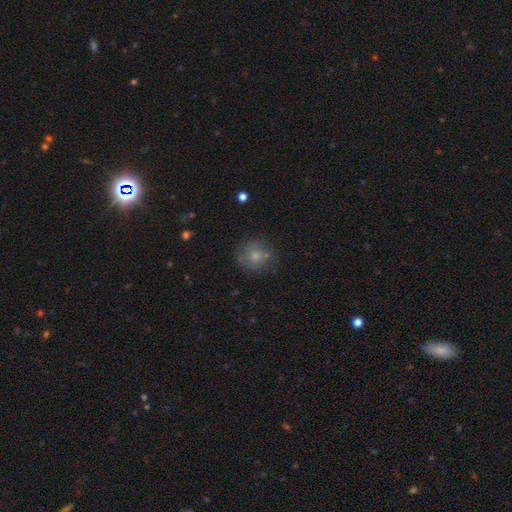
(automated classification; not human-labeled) smooth-or-featured: smooth: 72% | featured or disk: 17% | star or artifact: 11%
  how-rounded: round: 84% | in between: 15% | cigar-shaped: 1%
  merging: none: 69% | minor disturbance: 19% | major disturbance: 6% | merger: 5%